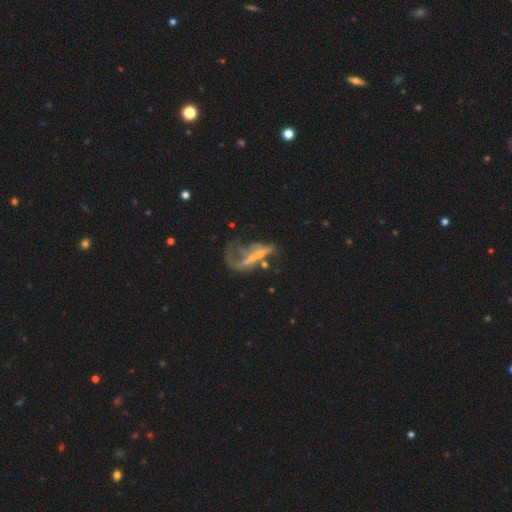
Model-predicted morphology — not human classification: This is likely a featured or disk galaxy (65%). It is clearly not viewed edge-on (90%). Bar: likely no (70%). Spiral arm pattern: likely no (66%). Central bulge: marginally small (43%). Merging: marginally major disturbance (41%).